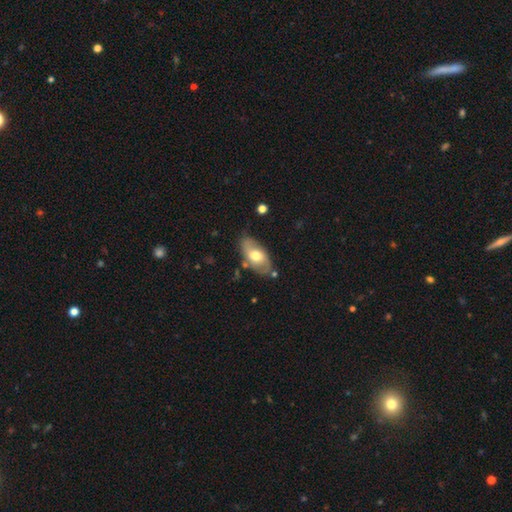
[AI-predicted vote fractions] Smooth or featured?
  - smooth: 51% *
  - featured or disk: 43%
  - star or artifact: 6%
How rounded?
  - in between: 91% *
  - round: 4%
  - cigar-shaped: 4%
Merging?
  - none: 75% *
  - minor disturbance: 18%
  - major disturbance: 4%
  - merger: 4%